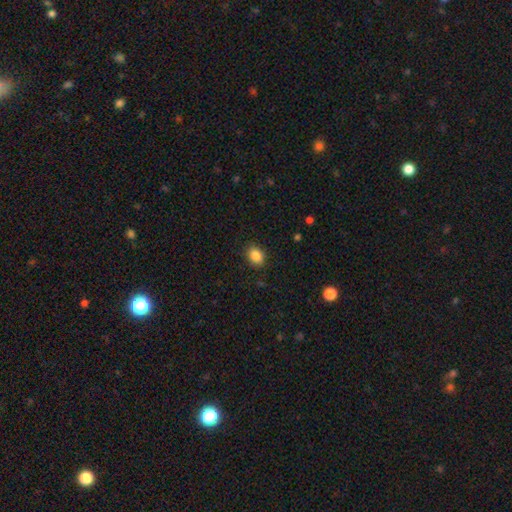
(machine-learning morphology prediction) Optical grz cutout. It shows a smooth galaxy with no disk features (87%) that is in between round and cigar-shaped (70%). Merging: none (87%).